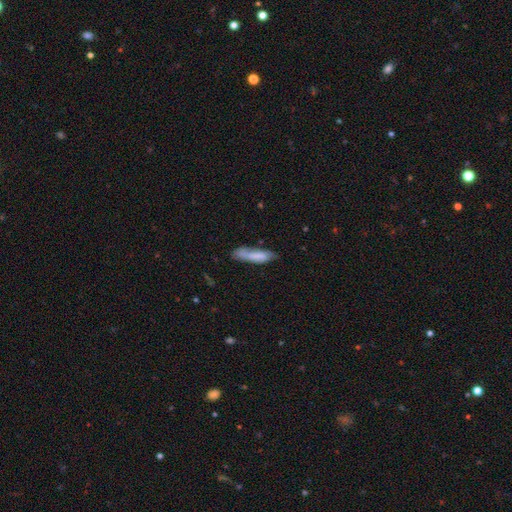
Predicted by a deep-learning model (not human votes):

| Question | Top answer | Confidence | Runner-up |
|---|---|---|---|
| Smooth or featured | smooth | 70% | featured or disk (24%) |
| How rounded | cigar-shaped | 69% | in between (30%) |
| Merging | none | 58% | minor disturbance (28%) |